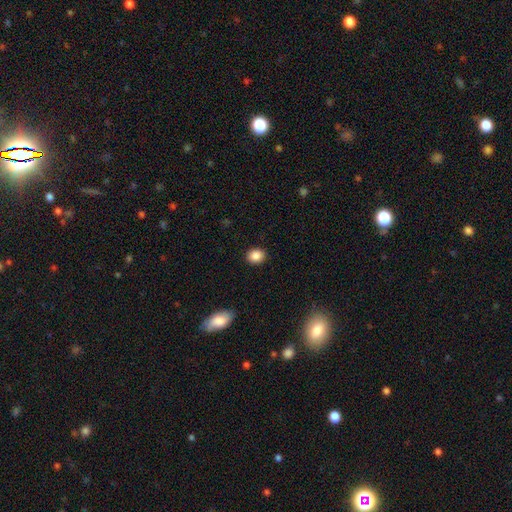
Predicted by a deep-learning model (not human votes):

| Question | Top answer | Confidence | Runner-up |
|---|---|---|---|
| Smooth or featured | smooth | 87% | star or artifact (9%) |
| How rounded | round | 57% | in between (41%) |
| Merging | none | 90% | minor disturbance (7%) |